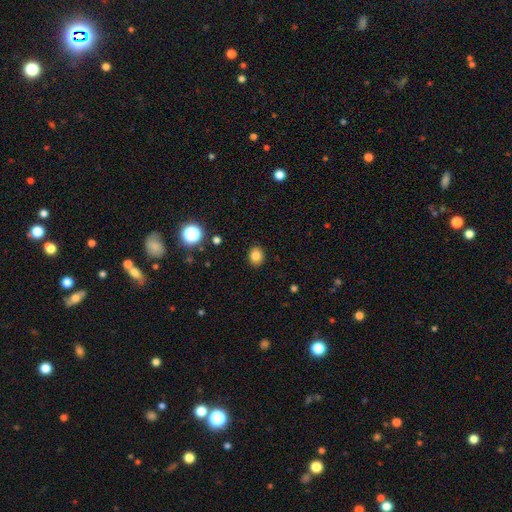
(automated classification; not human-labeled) A smooth galaxy with no disk features (83%) that is round (63%). Merging: none (90%).